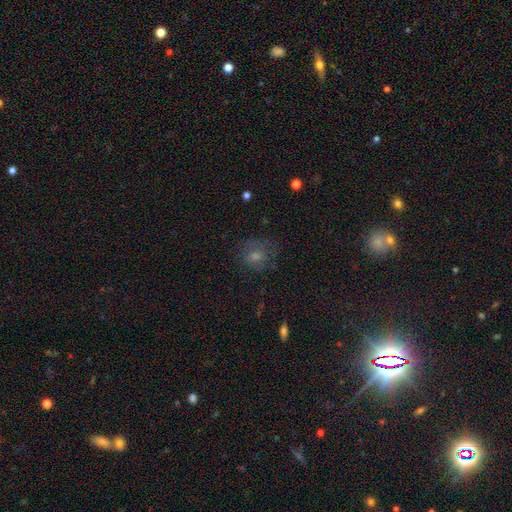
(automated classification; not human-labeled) smooth-or-featured: smooth: 65% | featured or disk: 21% | star or artifact: 14%
  how-rounded: round: 68% | in between: 31% | cigar-shaped: 1%
  merging: none: 63% | minor disturbance: 21% | major disturbance: 15% | merger: 2%